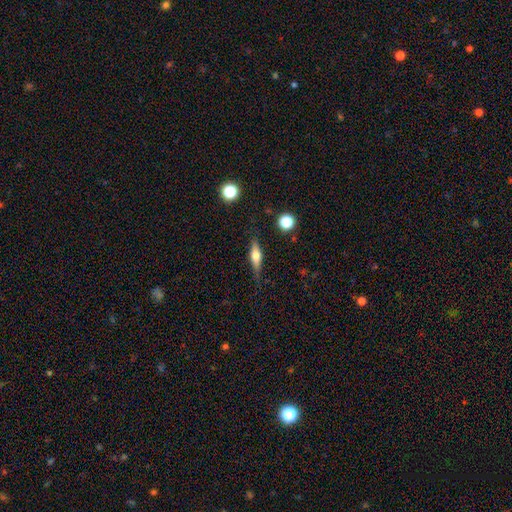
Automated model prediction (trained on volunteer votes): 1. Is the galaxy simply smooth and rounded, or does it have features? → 49% featured or disk, 43% smooth, 8% star or artifact.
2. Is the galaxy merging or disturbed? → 81% none, 14% minor disturbance, 3% major disturbance, 2% merger.